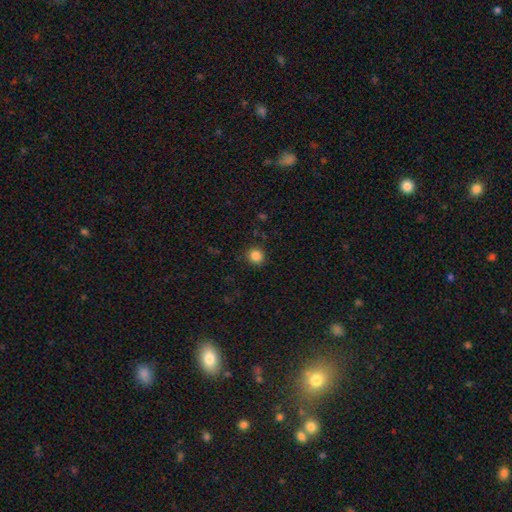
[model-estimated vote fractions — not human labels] Smooth or featured? smooth (85%)
How rounded? round (89%)
Merging? none (89%)